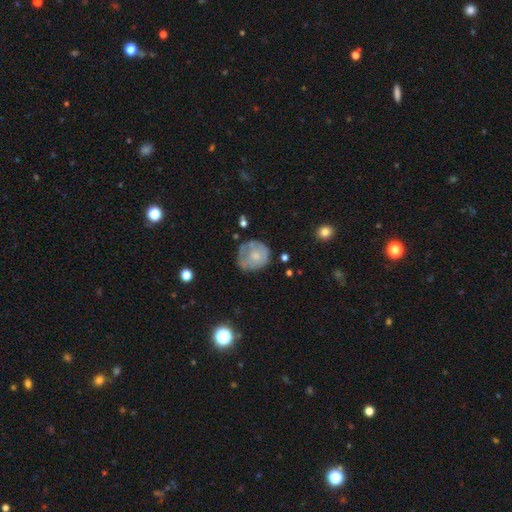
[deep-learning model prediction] Smooth or featured: smooth — 53% (featured or disk — 40%)
How rounded: round — 78% (in between — 21%)
Merging: none — 52% (minor disturbance — 29%)